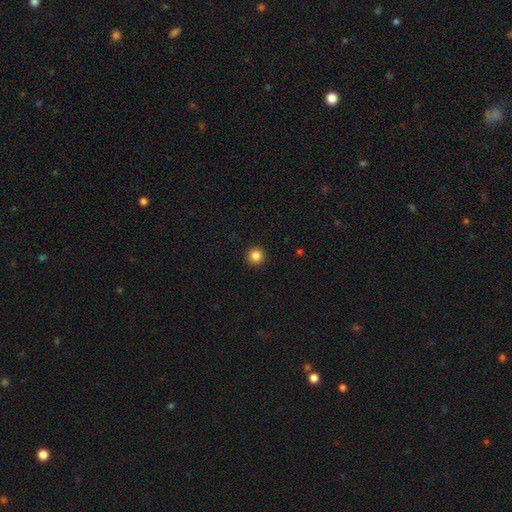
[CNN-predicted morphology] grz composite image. It shows a smooth galaxy with no disk features (85%) that is round (96%). Merging: none (94%).